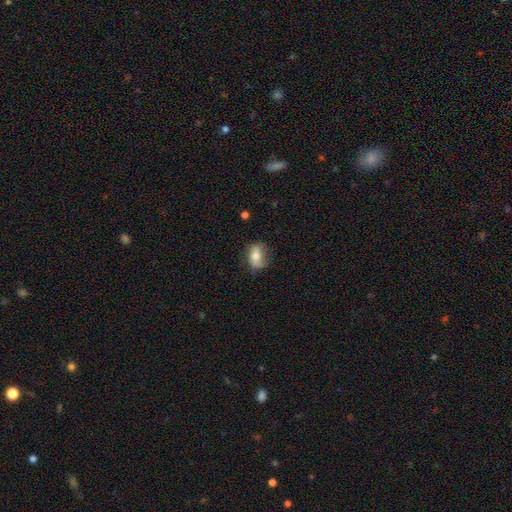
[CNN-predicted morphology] This appears to be a smooth galaxy with no disk features (58%) that is in between round and cigar-shaped (77%). Merging: none (62%).